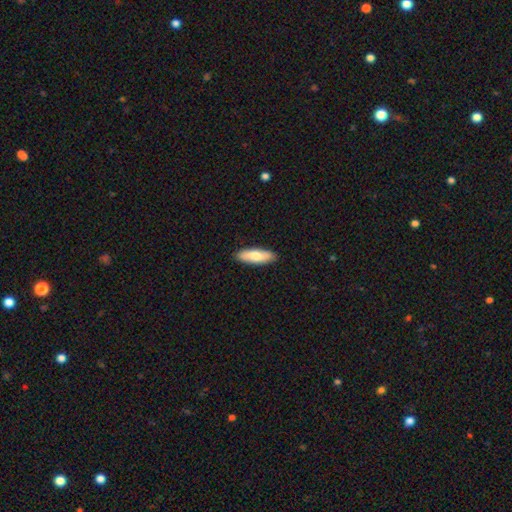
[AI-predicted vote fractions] smooth_or_featured: smooth (p=0.73) [alt: featured or disk p=0.22]
how_rounded: in between (p=0.52) [alt: cigar-shaped p=0.46]
merging: none (p=0.89) [alt: minor disturbance p=0.08]